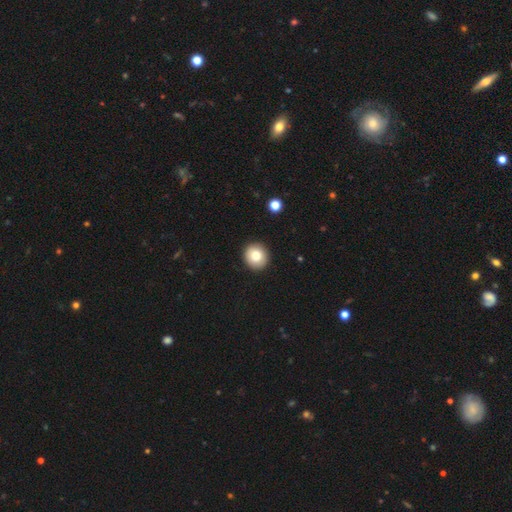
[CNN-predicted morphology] Smooth or featured: smooth — 82% (featured or disk — 9%)
How rounded: round — 88% (in between — 11%)
Merging: none — 92% (minor disturbance — 6%)